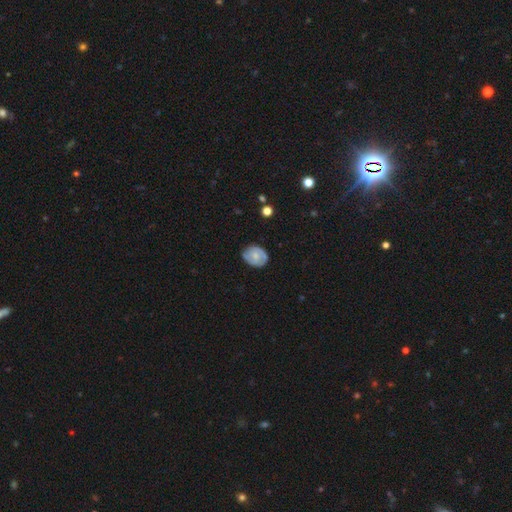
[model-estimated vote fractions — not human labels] The model was most divided on "smooth or featured": featured or disk: 51%, smooth: 43%, star or artifact: 7%. More confident: edge-on disk — no (97%); merging — none (73%).